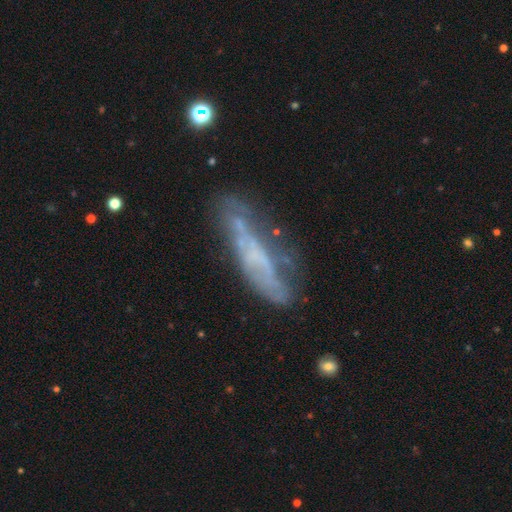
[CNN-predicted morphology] Overall: featured or disk (58%; smooth 31%). Edge-on disk: no (63%; yes 37%). Merging: none (49%; minor disturbance 26%).